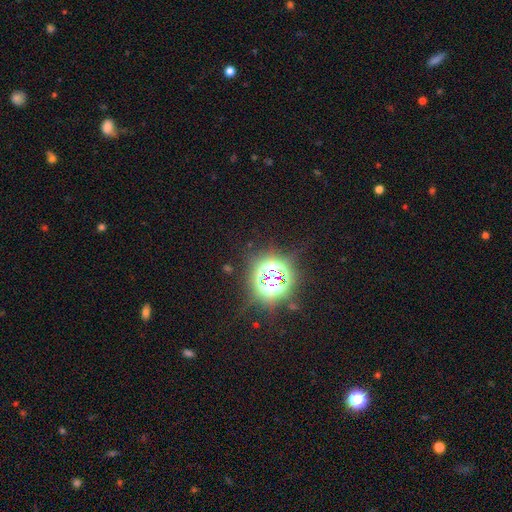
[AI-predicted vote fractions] A star or artifact, not a galaxy (79%).

Vote fractions:
- Smooth or featured? star or artifact: 79% / smooth: 13% / featured or disk: 8%